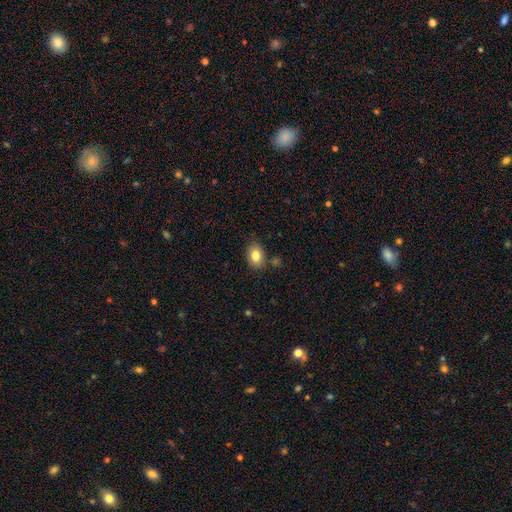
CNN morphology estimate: Q: Smooth or featured?
A: smooth (83%); runner-up: star or artifact (9%)
Q: How rounded?
A: in between (74%); runner-up: round (25%)
Q: Merging?
A: none (80%); runner-up: minor disturbance (12%)